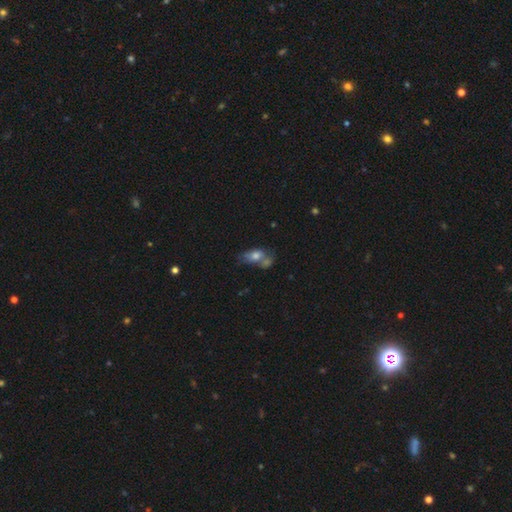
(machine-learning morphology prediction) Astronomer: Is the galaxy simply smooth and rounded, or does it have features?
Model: smooth — 67%.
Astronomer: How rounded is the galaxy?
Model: in between — 83%.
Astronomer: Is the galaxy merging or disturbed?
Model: merger — 45% (runner-up: none, 28%).